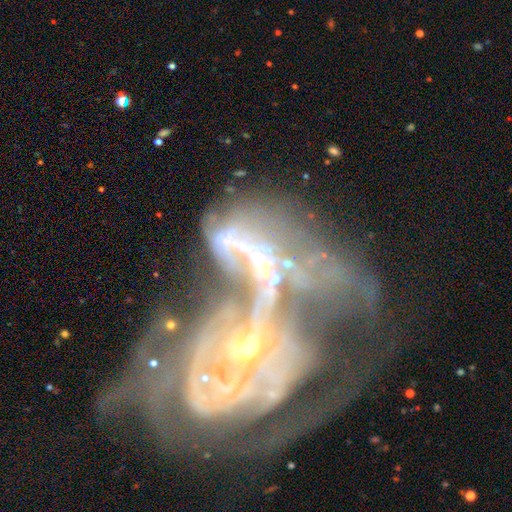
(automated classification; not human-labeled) Morphology: type=featured or disk (71%); edge-on=no (94%); bar=no (65%); spiral arms=yes (54%); bulge=small (36%); merging=merger (64%).